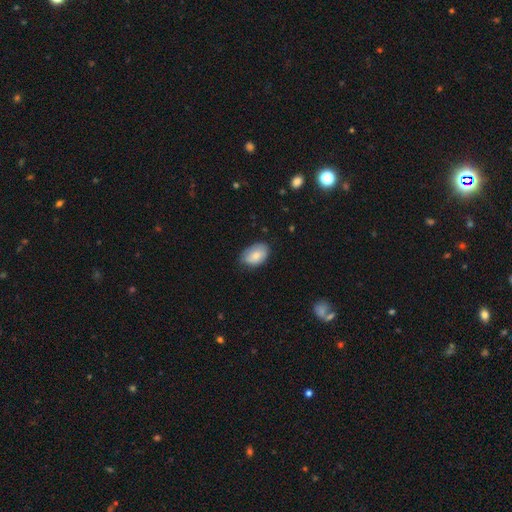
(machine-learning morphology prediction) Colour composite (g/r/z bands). It shows a smooth galaxy with no disk features (78%) that is in between round and cigar-shaped (88%). Merging: none (67%).